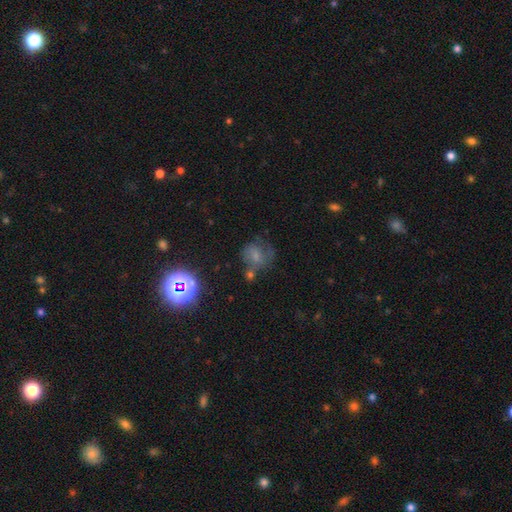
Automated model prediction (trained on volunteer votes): Smooth or featured: smooth — 52% (featured or disk — 30%)
How rounded: round — 67% (in between — 32%)
Merging: none — 42% (minor disturbance — 24%)